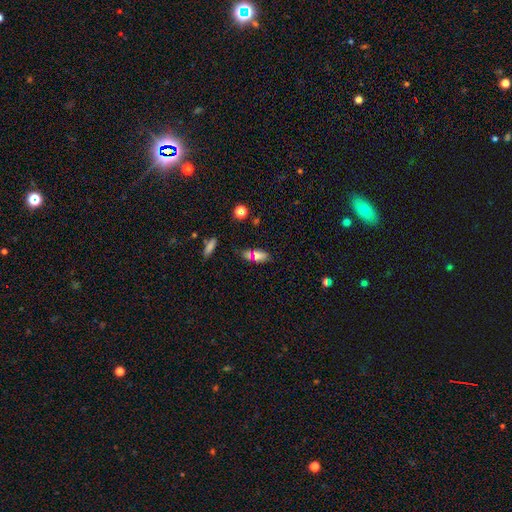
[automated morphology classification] A smooth galaxy with no disk features (69%) that is in between round and cigar-shaped (80%). Merging: none (74%).